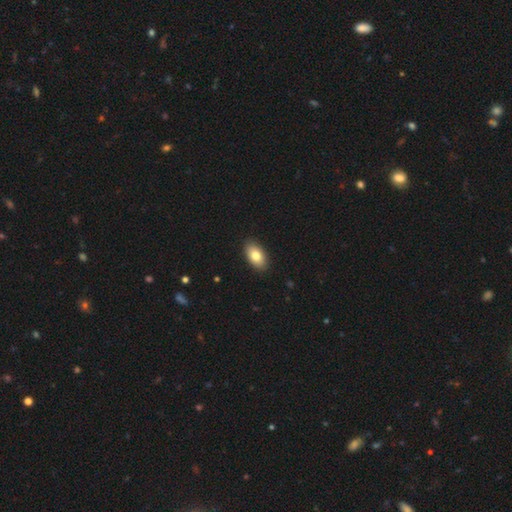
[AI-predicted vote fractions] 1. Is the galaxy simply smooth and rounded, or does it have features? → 80% smooth, 13% featured or disk, 7% star or artifact.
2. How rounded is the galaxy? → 93% in between, 5% round, 2% cigar-shaped.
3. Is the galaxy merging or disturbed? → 90% none, 7% minor disturbance, 2% major disturbance, 1% merger.